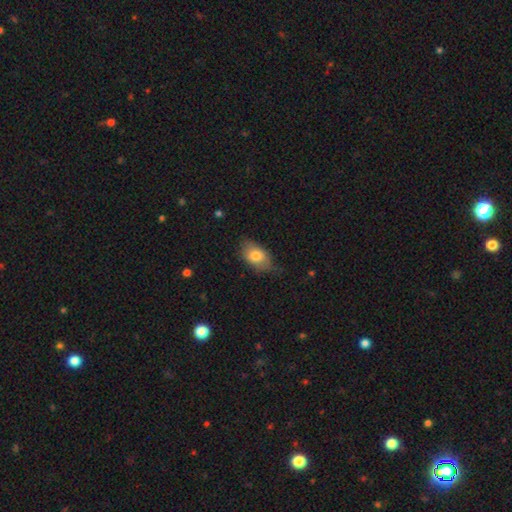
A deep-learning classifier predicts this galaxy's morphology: smooth_or_featured: smooth (p=0.77) [alt: featured or disk p=0.15]
how_rounded: in between (p=0.88) [alt: round p=0.10]
merging: none (p=0.68) [alt: minor disturbance p=0.26]